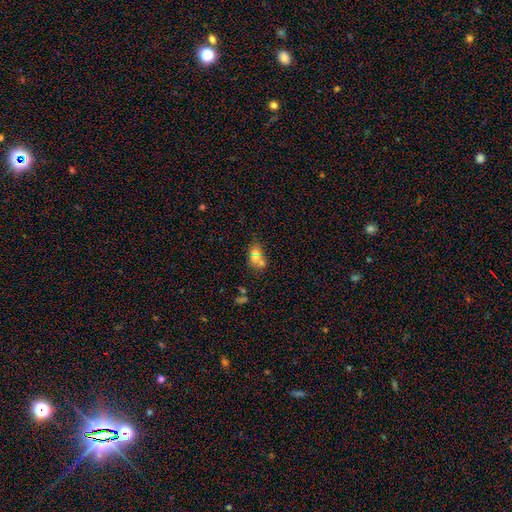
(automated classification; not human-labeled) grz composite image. It shows a smooth galaxy with no disk features (69%) that is in between round and cigar-shaped (70%). Merging: merger (53%).